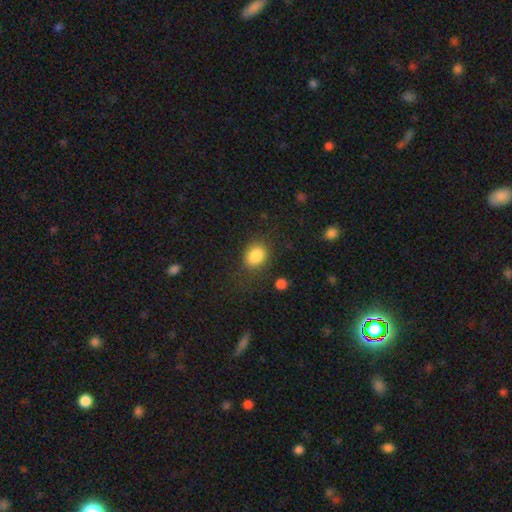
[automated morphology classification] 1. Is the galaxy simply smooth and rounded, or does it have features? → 86% smooth, 9% star or artifact, 5% featured or disk.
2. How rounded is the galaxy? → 52% in between, 47% round, 1% cigar-shaped.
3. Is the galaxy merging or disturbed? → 76% none, 15% minor disturbance, 6% major disturbance, 3% merger.